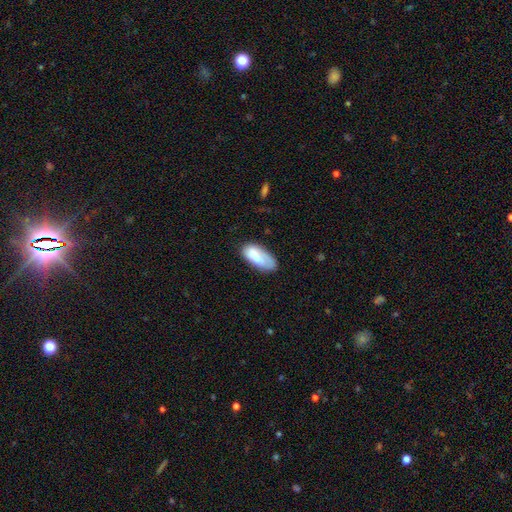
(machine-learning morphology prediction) smooth-or-featured: smooth: 79% | featured or disk: 14% | star or artifact: 7%
  how-rounded: in between: 87% | cigar-shaped: 11% | round: 2%
  merging: none: 55% | minor disturbance: 30% | major disturbance: 11% | merger: 4%